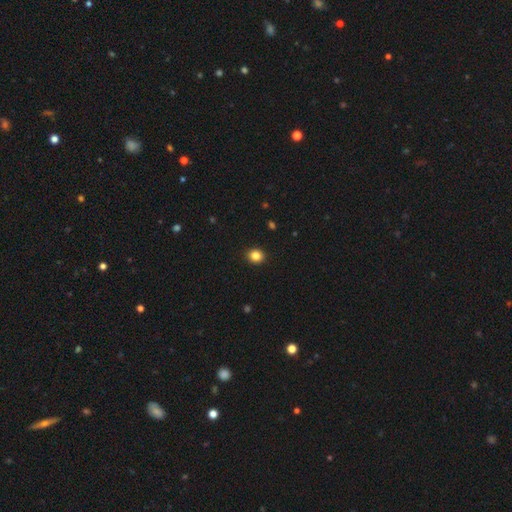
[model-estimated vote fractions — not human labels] Smooth or featured? Predicted: smooth (p=0.85). How rounded? Predicted: round (p=0.76). Merging? Predicted: none (p=0.92).